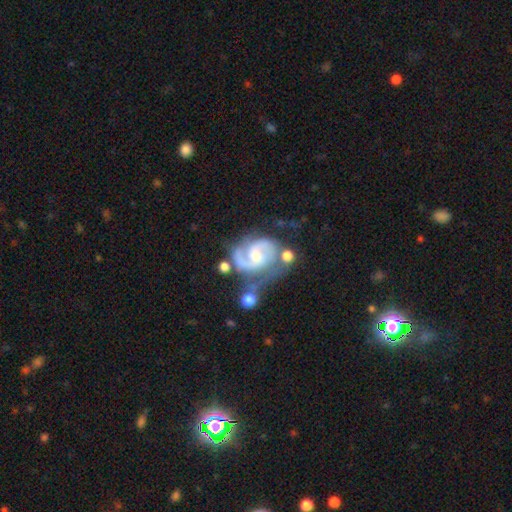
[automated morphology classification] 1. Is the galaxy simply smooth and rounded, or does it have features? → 89% featured or disk, 6% smooth, 5% star or artifact.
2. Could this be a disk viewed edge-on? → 98% no, 2% yes.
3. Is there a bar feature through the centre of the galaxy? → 46% weak, 44% no, 10% strong.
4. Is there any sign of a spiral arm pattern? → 97% yes, 3% no.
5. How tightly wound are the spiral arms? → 53% medium, 32% tight, 15% loose.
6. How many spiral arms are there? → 85% 2, 5% 1, 5% can't tell, 4% 3, 1% 4, 1% more than 4.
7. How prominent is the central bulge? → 51% moderate, 40% small, 4% none, 4% large, 1% dominant.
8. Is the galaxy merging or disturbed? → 45% none, 22% minor disturbance, 17% merger, 15% major disturbance.